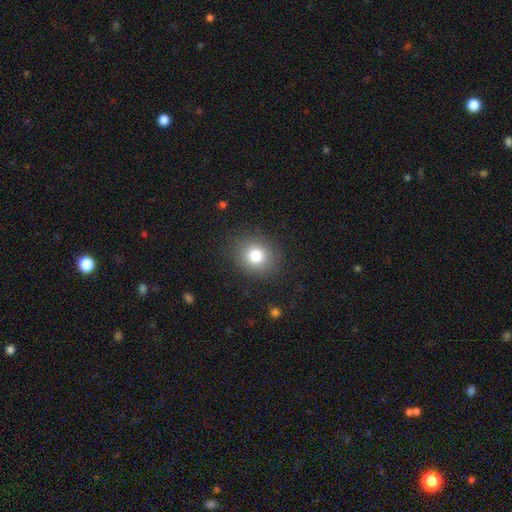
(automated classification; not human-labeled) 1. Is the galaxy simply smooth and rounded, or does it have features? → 80% smooth, 11% star or artifact, 9% featured or disk.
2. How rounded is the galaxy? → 73% round, 26% in between, 1% cigar-shaped.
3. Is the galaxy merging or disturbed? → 87% none, 9% minor disturbance, 4% major disturbance, 1% merger.